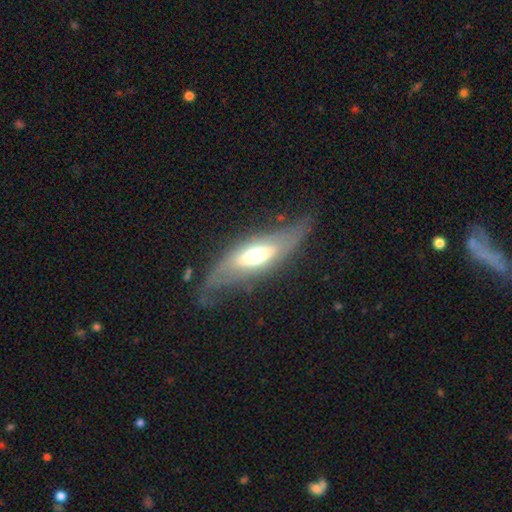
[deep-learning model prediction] Morphology: type=featured or disk (60%); edge-on=yes (56%); merging=none (67%).